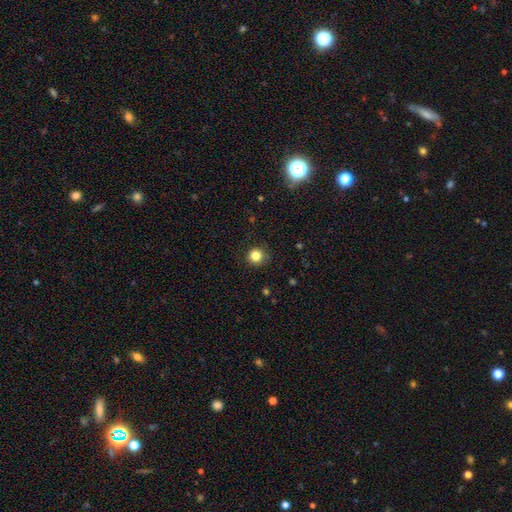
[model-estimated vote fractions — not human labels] smooth_or_featured: smooth (p=0.83) [alt: star or artifact p=0.12]
how_rounded: round (p=0.93) [alt: in between p=0.06]
merging: none (p=0.88) [alt: minor disturbance p=0.09]